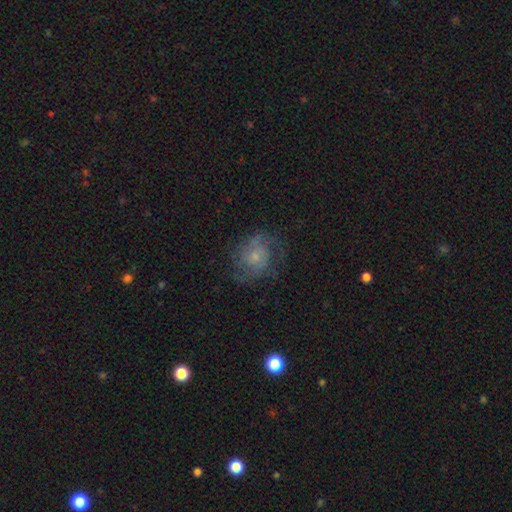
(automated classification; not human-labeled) featured or disk 58%, smooth 32%, star or artifact 11%. Down the decision tree: edge-on disk — no (98%); bar — no (77%); spiral arms — yes (83%); bulge size — small (62%); merging — none (62%).